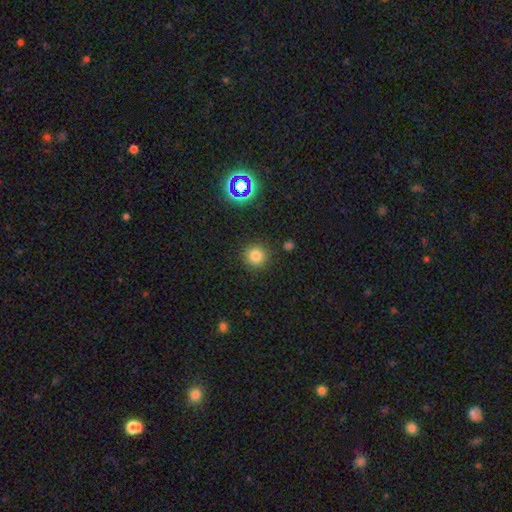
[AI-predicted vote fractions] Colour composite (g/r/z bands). It shows a smooth galaxy with no disk features (77%) that is round (93%). Merging: none (88%).